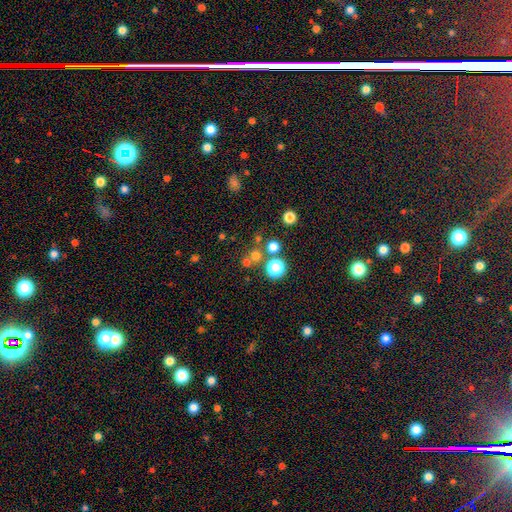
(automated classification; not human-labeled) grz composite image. It shows a smooth galaxy with no disk features (64%) that is round (92%). Merging: none (71%).